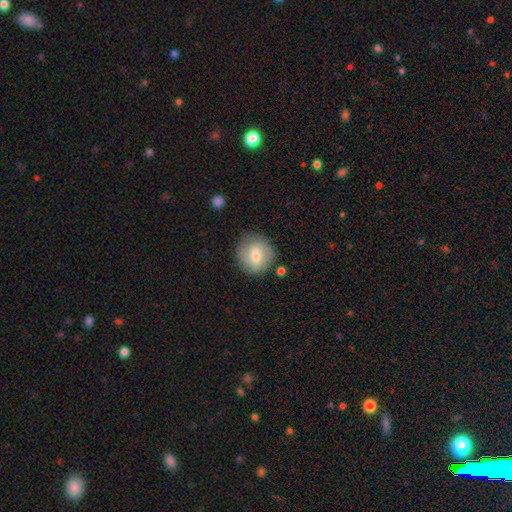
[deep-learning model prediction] Q: Smooth or featured?
A: smooth (61%); runner-up: featured or disk (32%)
Q: How rounded?
A: round (86%); runner-up: in between (13%)
Q: Merging?
A: none (77%); runner-up: minor disturbance (15%)